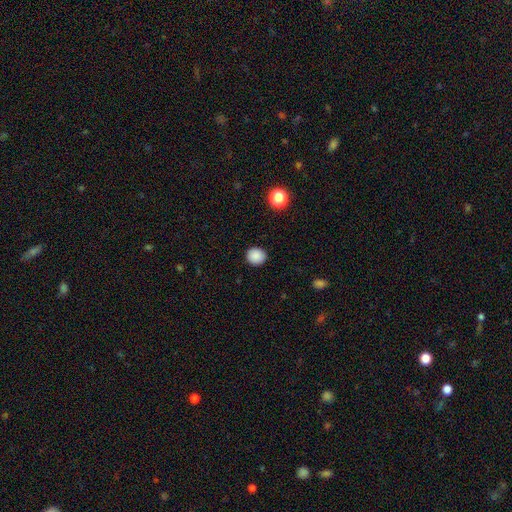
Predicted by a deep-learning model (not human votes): The model was most divided on "how rounded": round: 87%, in between: 12%, cigar-shaped: 1%. More confident: merging — none (90%); smooth or featured — smooth (87%).